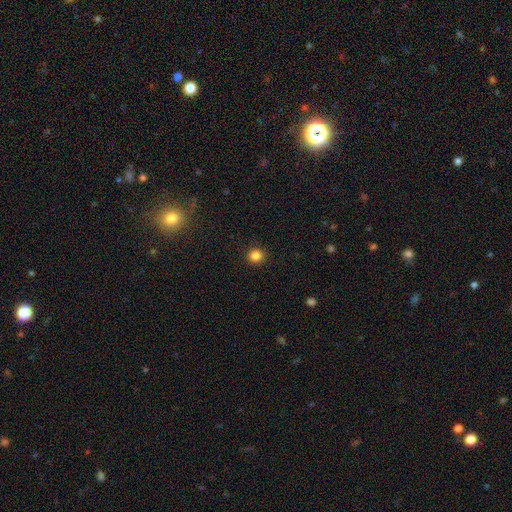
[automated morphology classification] Overall: smooth (85%). How rounded: round (93%). Merging: none (91%).